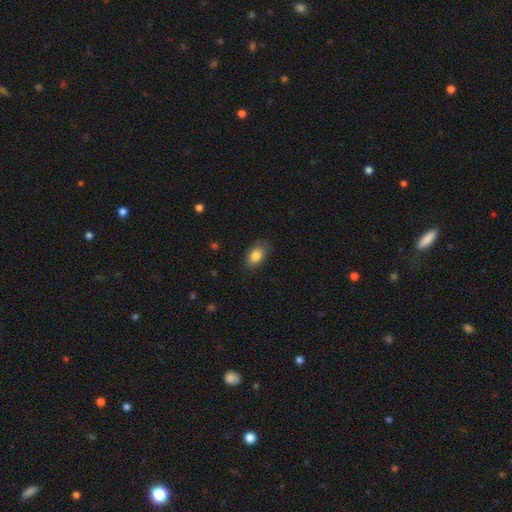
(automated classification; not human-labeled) Smooth or featured? smooth (85%)
How rounded? in between (86%)
Merging? none (80%)